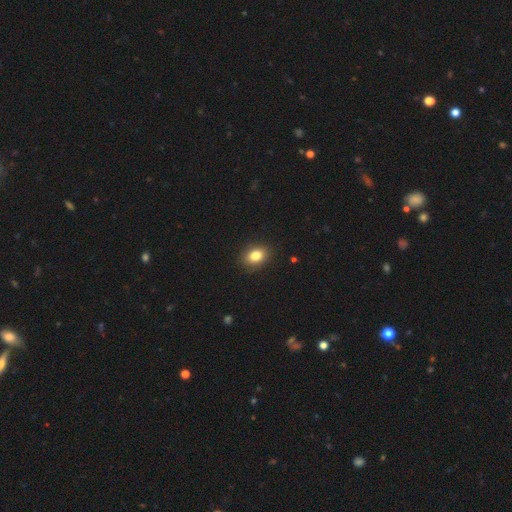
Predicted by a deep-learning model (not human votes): Morphology: type=smooth (83%); roundness=in between (69%); merging=none (88%).